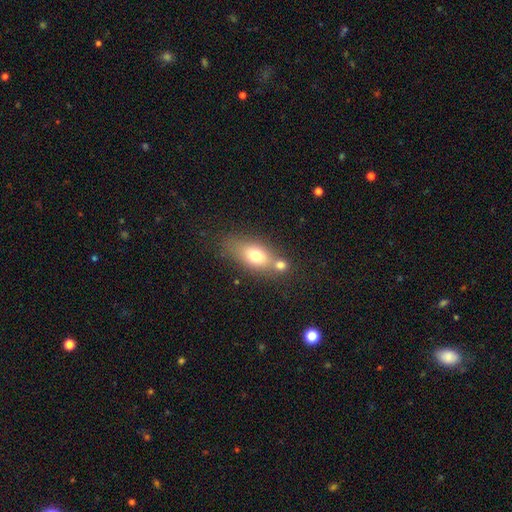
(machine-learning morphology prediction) Smooth or featured?
  - smooth: 70% *
  - featured or disk: 21%
  - star or artifact: 9%
How rounded?
  - in between: 76% *
  - round: 12%
  - cigar-shaped: 12%
Merging?
  - none: 45% *
  - merger: 38%
  - minor disturbance: 12%
  - major disturbance: 5%